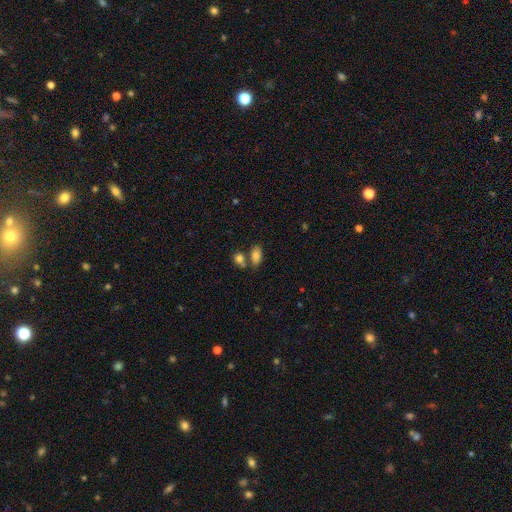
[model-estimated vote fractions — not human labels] This is clearly a smooth galaxy (84%). How rounded: clearly in between (90%). Merging: possibly none (56%).